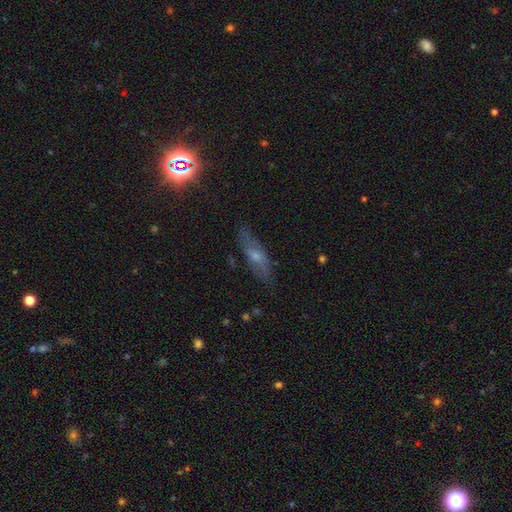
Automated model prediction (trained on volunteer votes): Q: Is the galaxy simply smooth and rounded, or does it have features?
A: featured or disk — 49%.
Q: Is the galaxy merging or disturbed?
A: none — 76%.